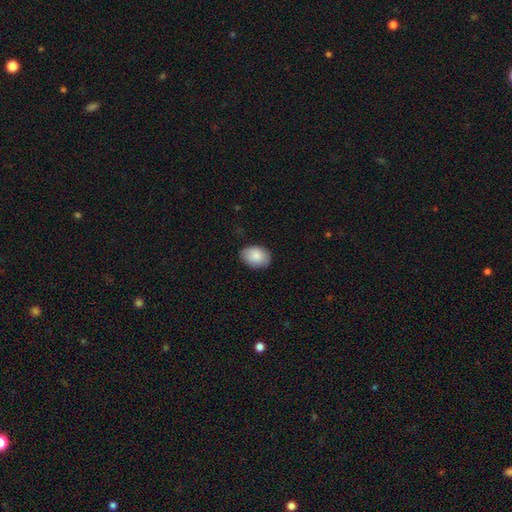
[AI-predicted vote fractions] smooth 87%, star or artifact 6%, featured or disk 6%. Down the decision tree: how rounded — in between (81%); merging — none (84%).